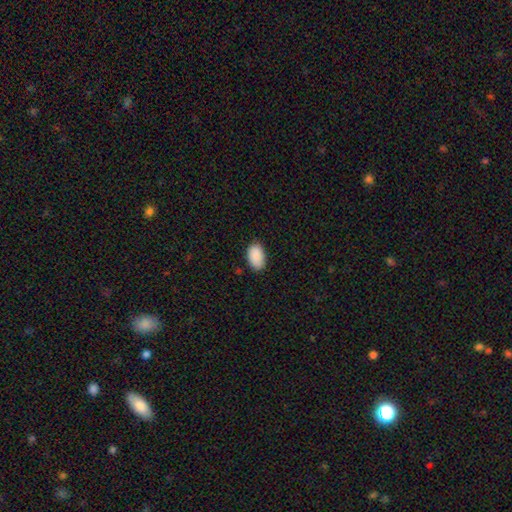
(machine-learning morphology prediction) The model was most divided on "merging": none: 81%, minor disturbance: 15%, major disturbance: 3%, merger: 1%. More confident: how rounded — in between (93%); smooth or featured — smooth (90%).